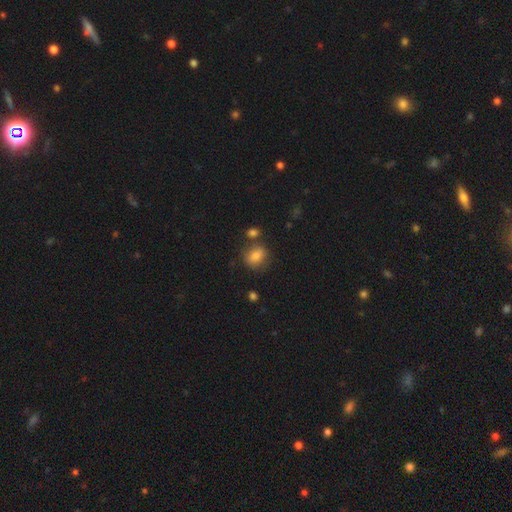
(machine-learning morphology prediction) type=smooth (79%); roundness=in between (50%); merging=none (69%).